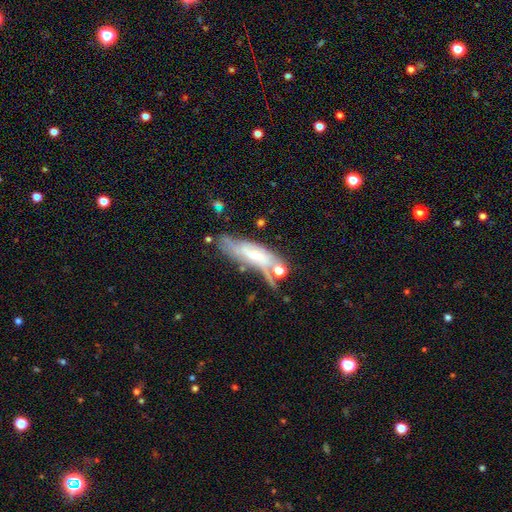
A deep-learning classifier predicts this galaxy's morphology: Smooth or featured?
  - featured or disk: 58% *
  - smooth: 32%
  - star or artifact: 11%
Edge-on disk?
  - no: 63% *
  - yes: 37%
Merging?
  - none: 41% *
  - minor disturbance: 24%
  - major disturbance: 20%
  - merger: 16%